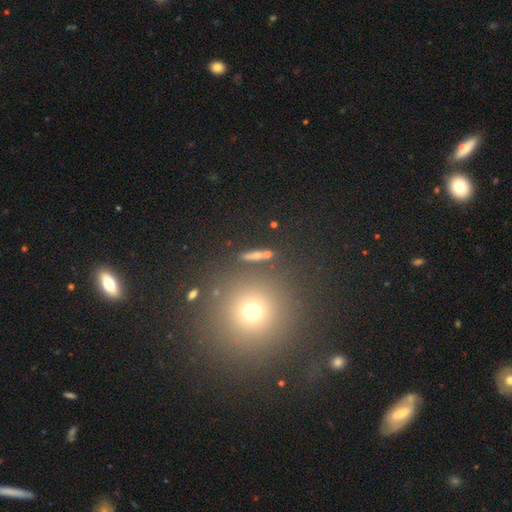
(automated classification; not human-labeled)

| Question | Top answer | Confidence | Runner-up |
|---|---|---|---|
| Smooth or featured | smooth | 56% | star or artifact (33%) |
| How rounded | round | 92% | in between (6%) |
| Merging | none | 83% | minor disturbance (7%) |